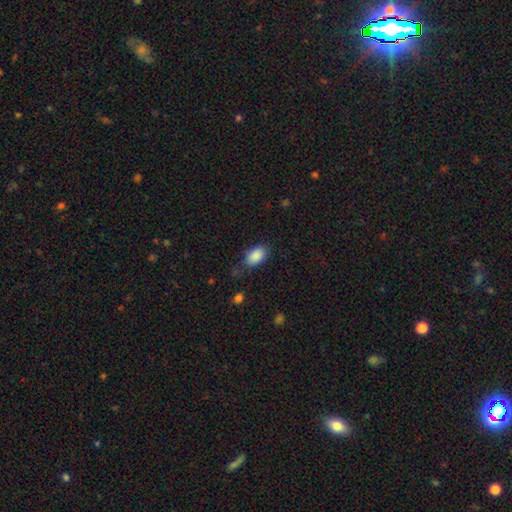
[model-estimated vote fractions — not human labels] A smooth galaxy with no disk features (88%) that is in between round and cigar-shaped (90%).

Vote fractions:
- Smooth or featured? smooth: 88% / star or artifact: 8% / featured or disk: 4%
- How rounded? in between: 90% / round: 8% / cigar-shaped: 2%
- Merging? none: 73% / minor disturbance: 19% / major disturbance: 6% / merger: 2%